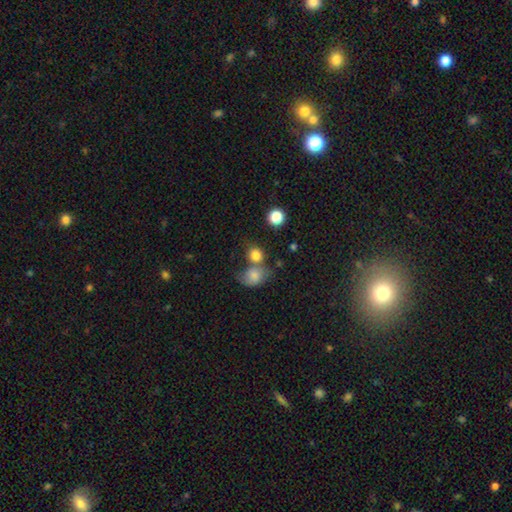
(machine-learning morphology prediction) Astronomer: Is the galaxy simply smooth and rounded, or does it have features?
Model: smooth — 81%.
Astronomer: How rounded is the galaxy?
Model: round — 75%.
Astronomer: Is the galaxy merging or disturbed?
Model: none — 48% (runner-up: merger, 36%).